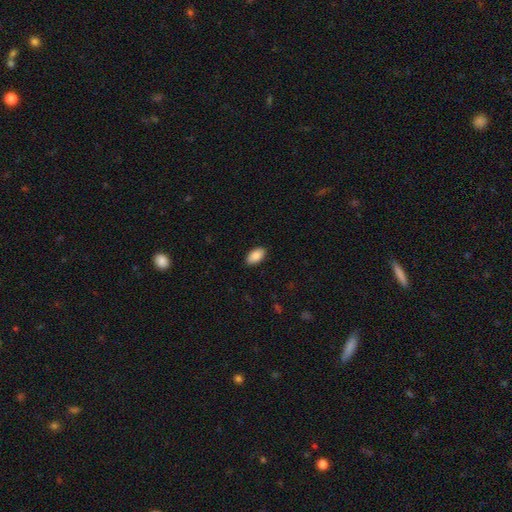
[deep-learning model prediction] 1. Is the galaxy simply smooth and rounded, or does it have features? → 88% smooth, 7% star or artifact, 5% featured or disk.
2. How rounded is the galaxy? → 95% in between, 3% round, 2% cigar-shaped.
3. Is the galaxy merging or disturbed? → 89% none, 8% minor disturbance, 2% major disturbance, 1% merger.